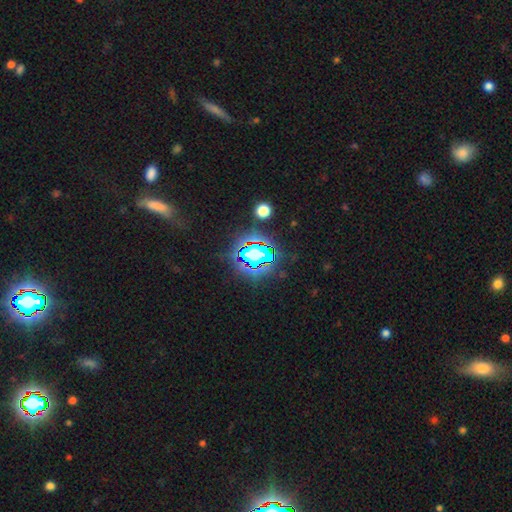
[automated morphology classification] star or artifact 77%, smooth 14%, featured or disk 9%.